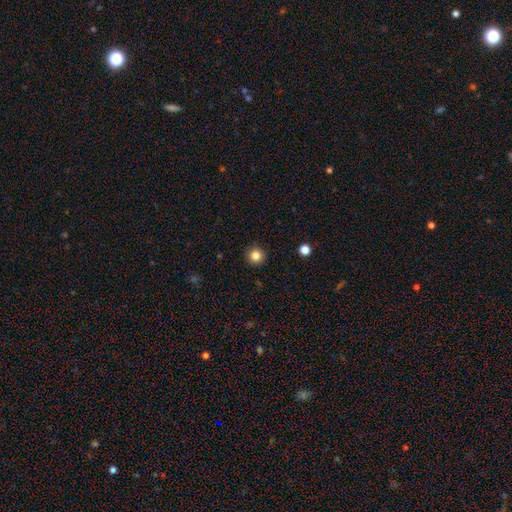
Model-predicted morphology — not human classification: type=smooth (84%); roundness=round (95%); merging=none (92%).